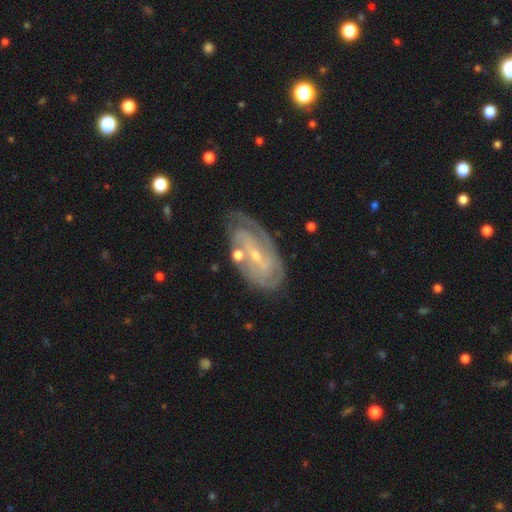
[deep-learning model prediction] This is clearly a featured or disk galaxy (81%). It is clearly not viewed edge-on (93%). Bar: marginally no (41%). Spiral arm pattern: clearly yes (90%). Spiral arm count: marginally can't tell (37%). Spiral winding: likely tight (62%). Central bulge: likely small (76%). Merging: likely none (63%).